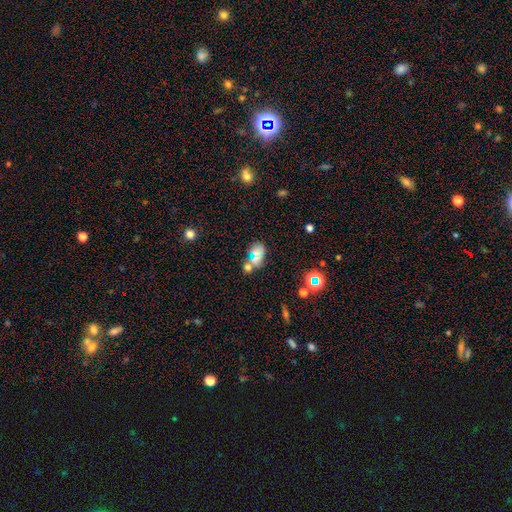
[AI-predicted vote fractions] Q: Smooth or featured?
A: smooth (63%); runner-up: featured or disk (19%)
Q: How rounded?
A: in between (82%); runner-up: round (15%)
Q: Merging?
A: none (42%); runner-up: merger (38%)